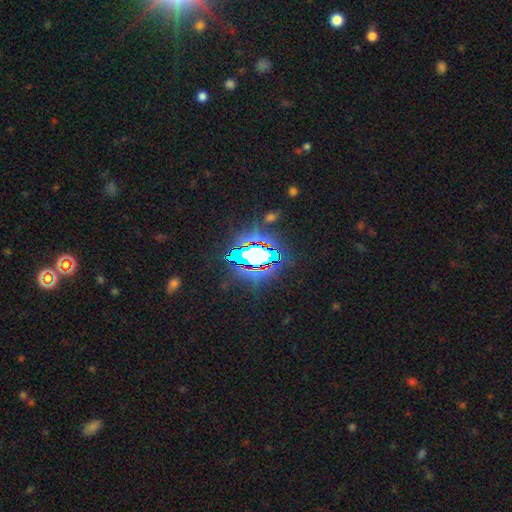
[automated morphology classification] Smooth or featured?
  - star or artifact: 69% *
  - smooth: 18%
  - featured or disk: 13%